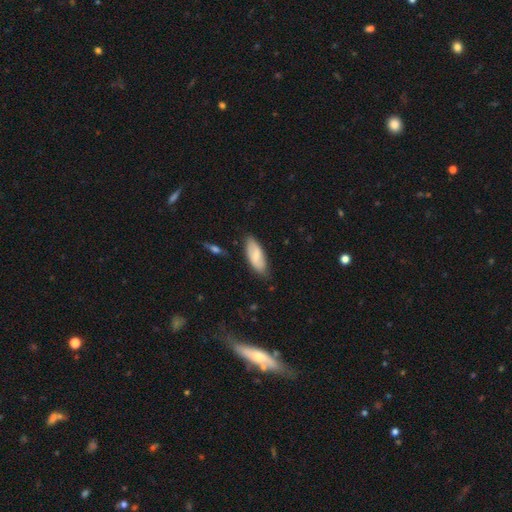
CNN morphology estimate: A smooth galaxy with no disk features (70%) that is in between round and cigar-shaped (80%).

Vote fractions:
- Smooth or featured? smooth: 70% / featured or disk: 24% / star or artifact: 6%
- How rounded? in between: 80% / cigar-shaped: 18% / round: 2%
- Merging? none: 73% / minor disturbance: 22% / major disturbance: 3% / merger: 2%